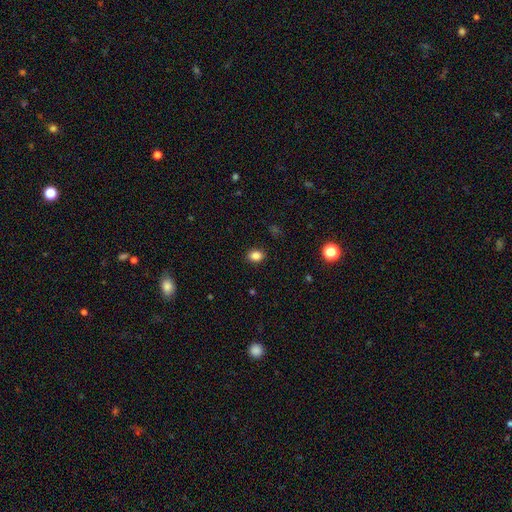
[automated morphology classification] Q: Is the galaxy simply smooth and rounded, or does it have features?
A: smooth — 85%.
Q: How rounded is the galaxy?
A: in between — 62%.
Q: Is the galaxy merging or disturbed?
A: none — 89%.